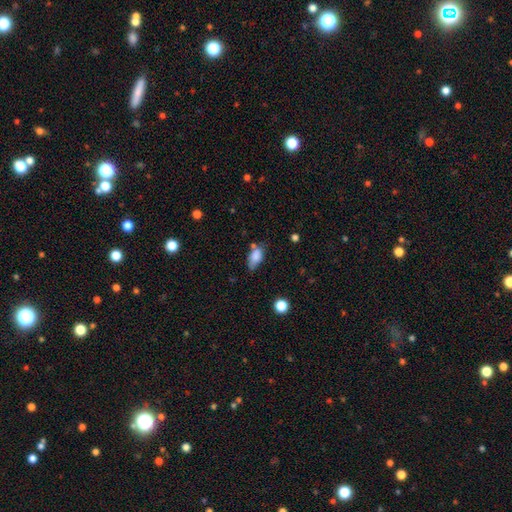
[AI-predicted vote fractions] A smooth galaxy with no disk features (79%) that is in between round and cigar-shaped (87%). Merging: none (46%).